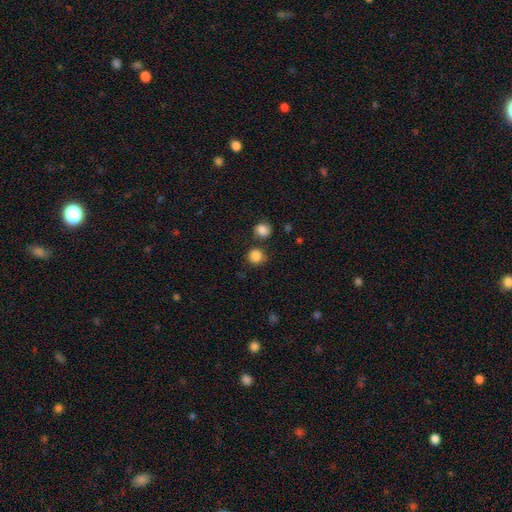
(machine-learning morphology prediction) type=smooth (85%); roundness=round (91%); merging=none (75%).